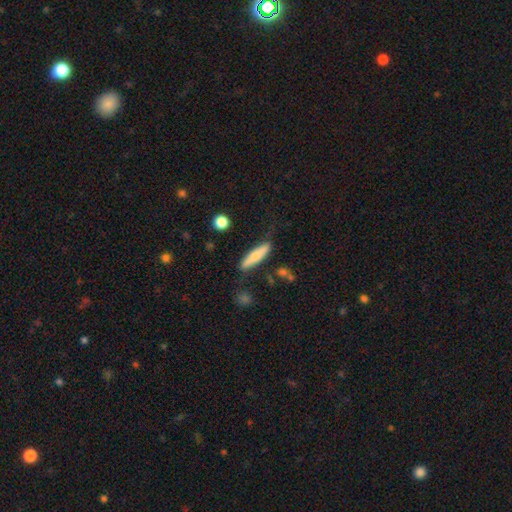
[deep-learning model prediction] smooth-or-featured: smooth: 68% | featured or disk: 25% | star or artifact: 6%
  how-rounded: cigar-shaped: 73% | in between: 25% | round: 2%
  merging: none: 75% | minor disturbance: 17% | major disturbance: 5% | merger: 3%